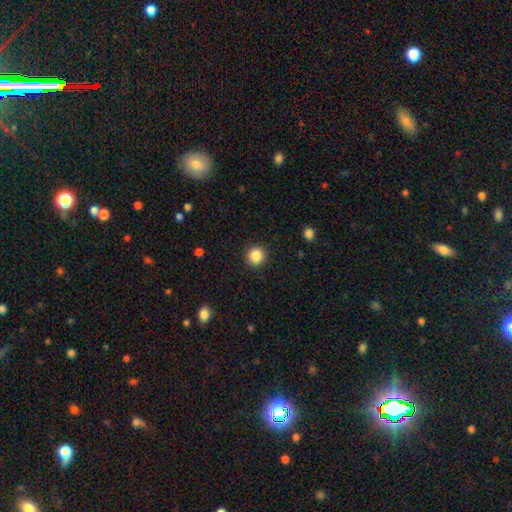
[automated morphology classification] Smooth or featured?
  - smooth: 86% *
  - star or artifact: 10%
  - featured or disk: 4%
How rounded?
  - round: 93% *
  - in between: 6%
  - cigar-shaped: 1%
Merging?
  - none: 91% *
  - minor disturbance: 6%
  - major disturbance: 2%
  - merger: 1%